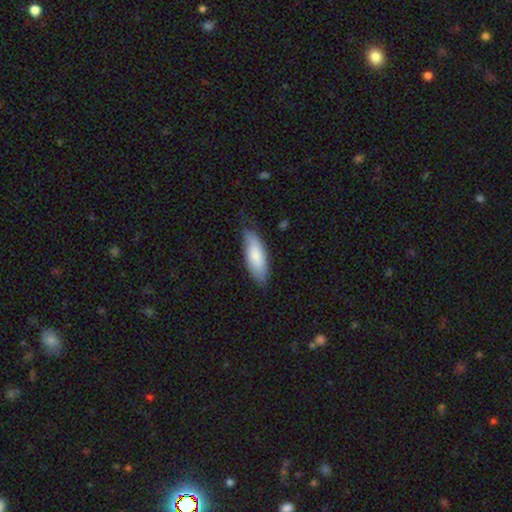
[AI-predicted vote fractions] This is likely a smooth galaxy (79%). How rounded: likely in between (67%). Merging: likely none (75%).